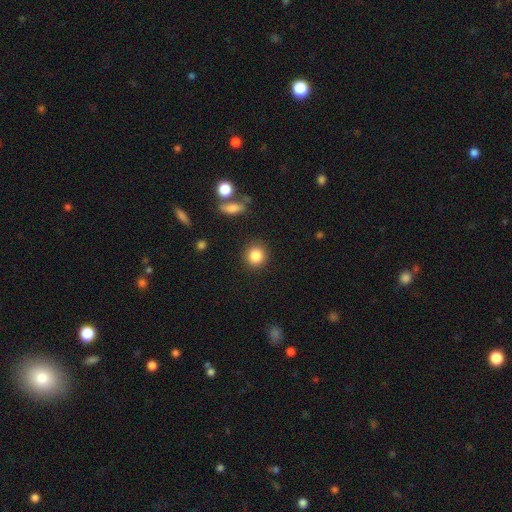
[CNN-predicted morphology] The model was most divided on "smooth or featured": smooth: 86%, star or artifact: 9%, featured or disk: 5%. More confident: how rounded — round (89%); merging — none (89%).